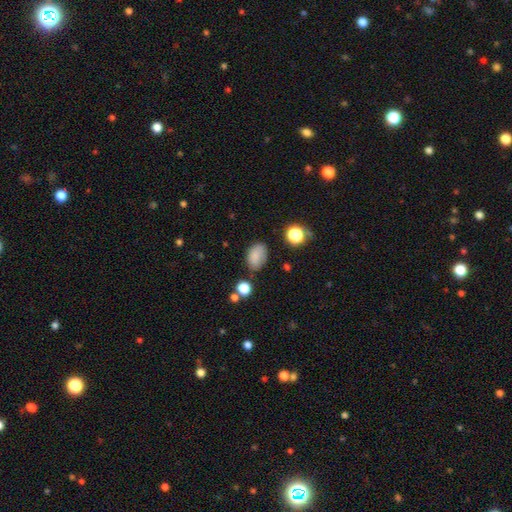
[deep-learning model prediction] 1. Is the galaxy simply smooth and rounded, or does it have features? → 81% smooth, 12% star or artifact, 8% featured or disk.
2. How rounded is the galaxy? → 84% in between, 15% round, 1% cigar-shaped.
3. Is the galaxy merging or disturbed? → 64% none, 25% minor disturbance, 7% major disturbance, 5% merger.